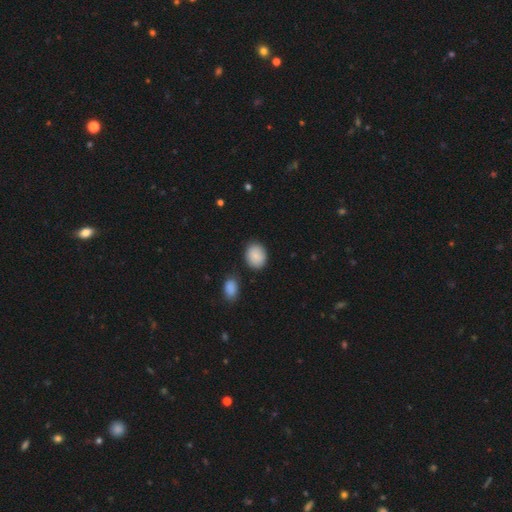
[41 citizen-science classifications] Overall: smooth (90%). How rounded: in between (59%; round 41%). Merging: none (85%).